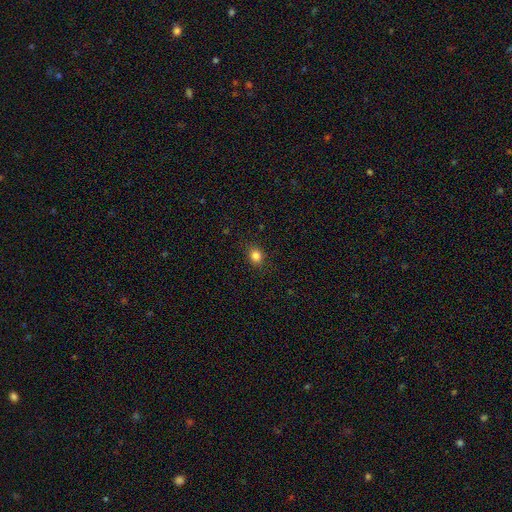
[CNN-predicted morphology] Overall: smooth (84%). How rounded: round (66%; in between 33%). Merging: none (88%).